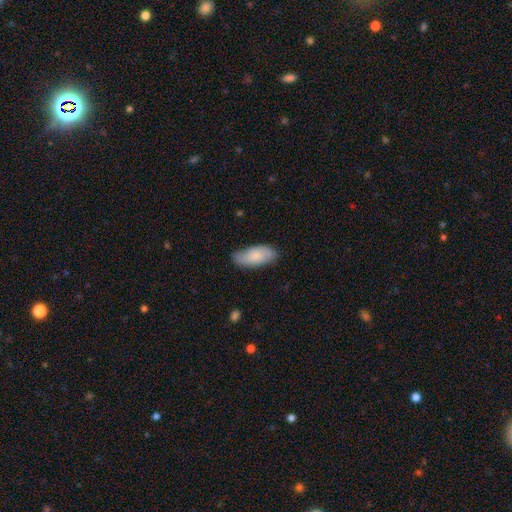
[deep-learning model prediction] Smooth or featured: smooth — 78% (featured or disk — 16%)
How rounded: in between — 85% (cigar-shaped — 13%)
Merging: none — 73% (minor disturbance — 22%)